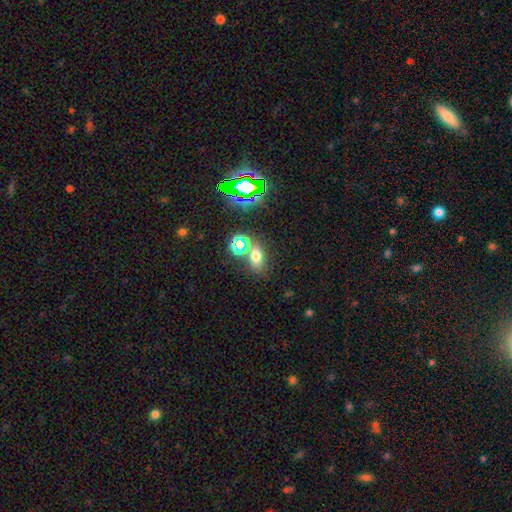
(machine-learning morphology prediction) smooth-or-featured: smooth: 61% | star or artifact: 29% | featured or disk: 10%
  how-rounded: in between: 73% | round: 25% | cigar-shaped: 3%
  merging: none: 64% | merger: 20% | minor disturbance: 11% | major disturbance: 5%